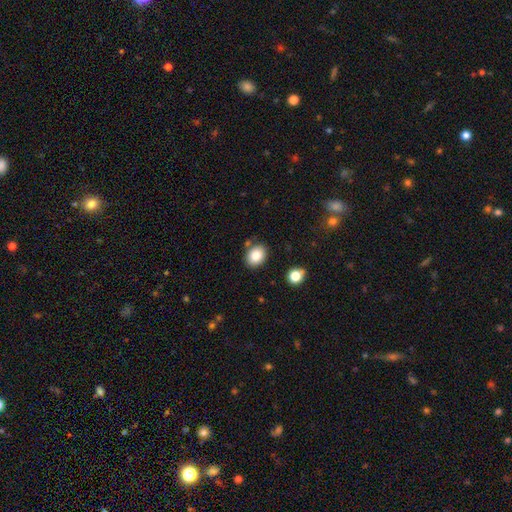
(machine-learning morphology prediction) A smooth galaxy with no disk features (84%) that is in between round and cigar-shaped (58%).

Vote fractions:
- Smooth or featured? smooth: 84% / star or artifact: 9% / featured or disk: 7%
- How rounded? in between: 58% / round: 41% / cigar-shaped: 1%
- Merging? none: 83% / minor disturbance: 11% / merger: 4% / major disturbance: 3%